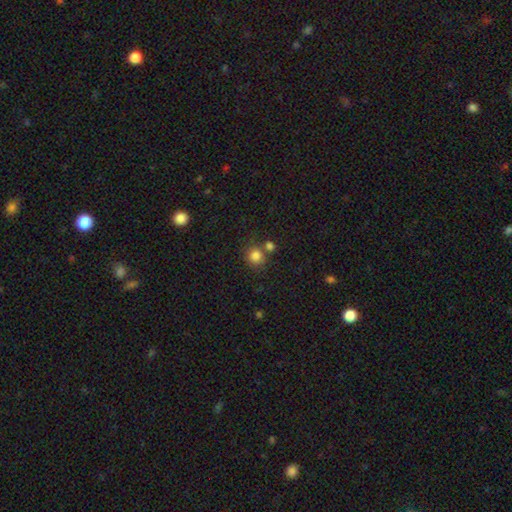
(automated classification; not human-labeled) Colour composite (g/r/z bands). It shows a smooth galaxy with no disk features (83%) that is round (89%). Merging: none (69%).